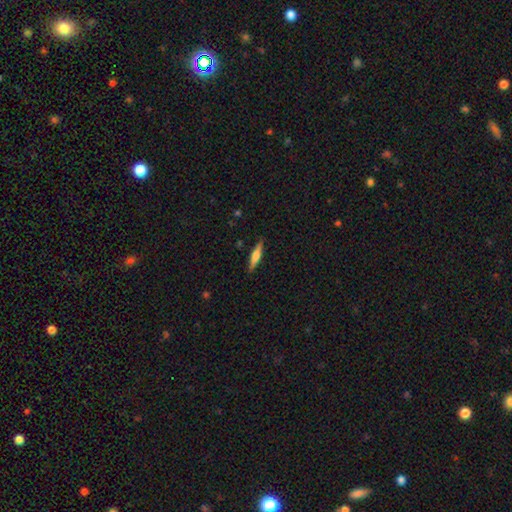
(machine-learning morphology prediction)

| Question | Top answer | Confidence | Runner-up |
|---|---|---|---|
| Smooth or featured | smooth | 56% | featured or disk (38%) |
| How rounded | cigar-shaped | 81% | in between (17%) |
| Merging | none | 88% | minor disturbance (9%) |